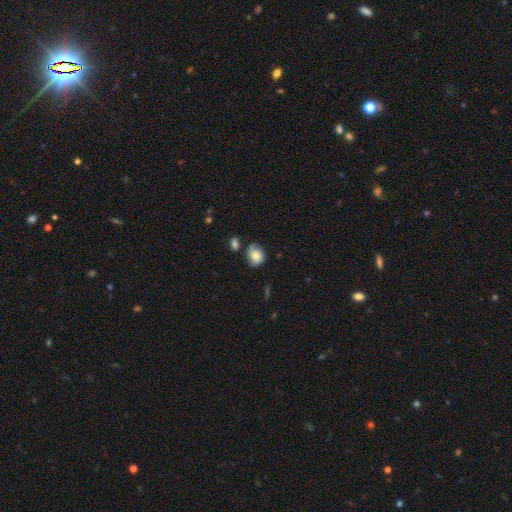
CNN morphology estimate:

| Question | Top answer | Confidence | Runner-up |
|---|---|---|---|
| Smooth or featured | smooth | 73% | featured or disk (19%) |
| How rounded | round | 61% | in between (38%) |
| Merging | none | 55% | minor disturbance (28%) |